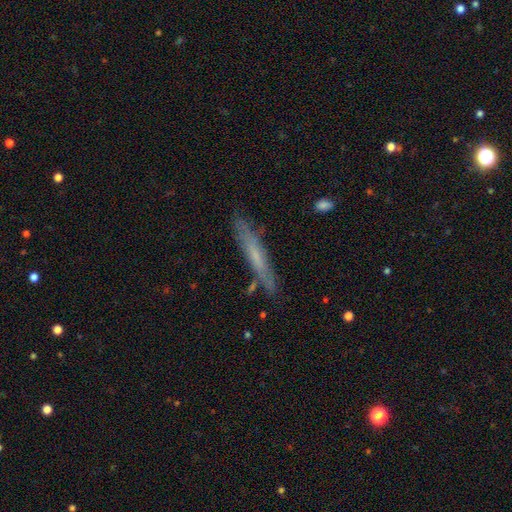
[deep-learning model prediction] This is possibly a smooth galaxy (48%). Merging: clearly none (81%).